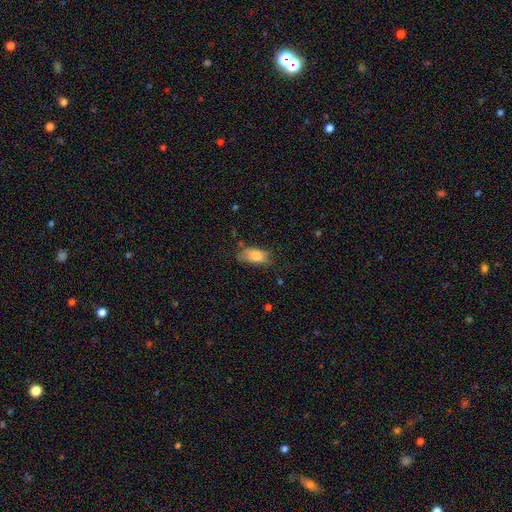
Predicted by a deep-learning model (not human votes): Q: Smooth or featured?
A: smooth (78%); runner-up: featured or disk (13%)
Q: How rounded?
A: in between (89%); runner-up: cigar-shaped (7%)
Q: Merging?
A: none (44%); runner-up: minor disturbance (35%)